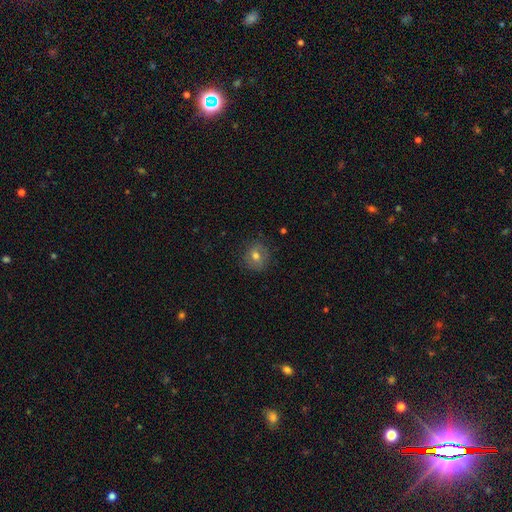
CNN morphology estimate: Overall: smooth (62%; featured or disk 27%). How rounded: round (75%). Merging: none (80%).